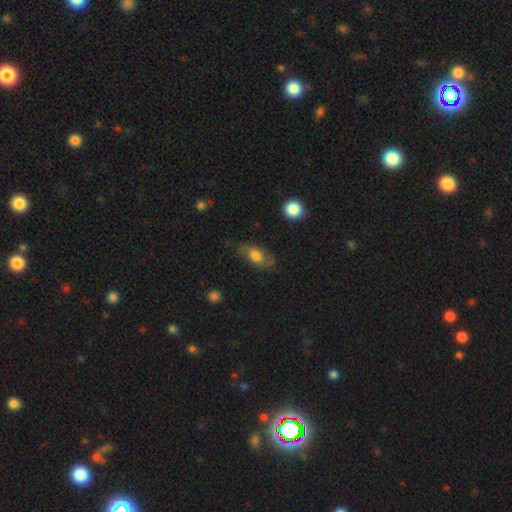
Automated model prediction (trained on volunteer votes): The model was most divided on "smooth or featured": smooth: 51%, featured or disk: 41%, star or artifact: 8%. More confident: how rounded — in between (82%); merging — none (69%).